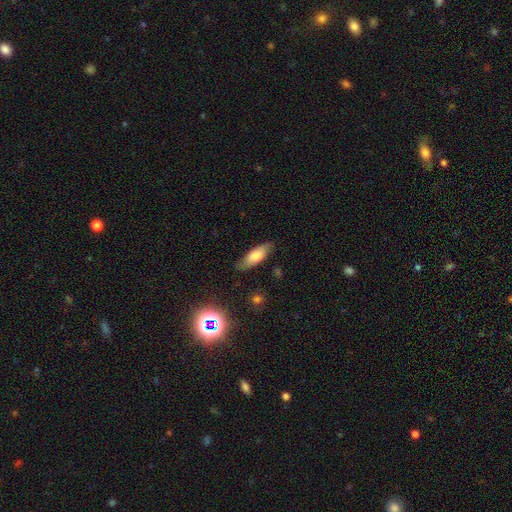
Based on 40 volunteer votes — A smooth galaxy with no disk features (82%) that is in between round and cigar-shaped (52%). Merging: none (89%).